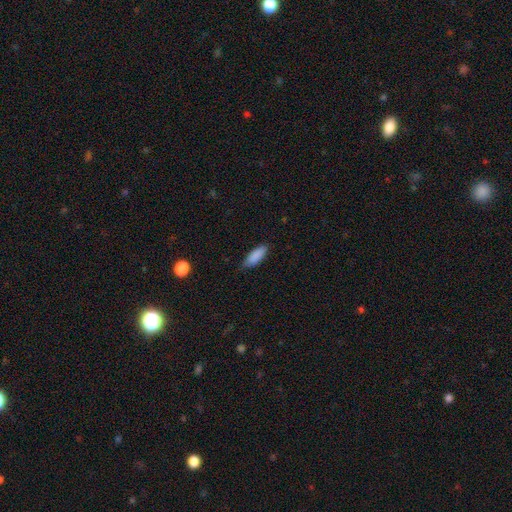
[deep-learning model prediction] Smooth or featured? smooth (89%)
How rounded? in between (69%)
Merging? none (74%)